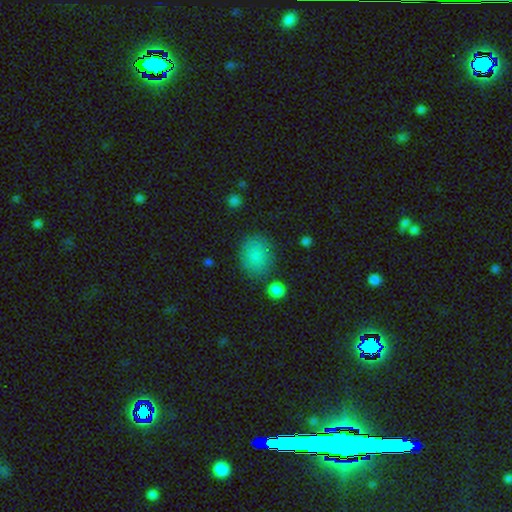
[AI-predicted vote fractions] smooth 85%, star or artifact 10%, featured or disk 5%. Down the decision tree: how rounded — round (56%); merging — none (79%).